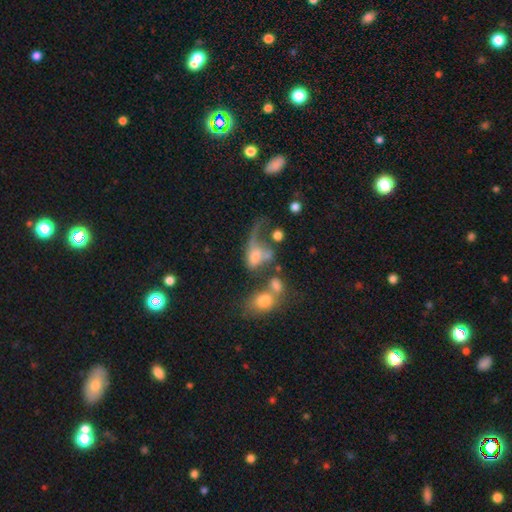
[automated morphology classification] This appears to be a smooth galaxy with no disk features (48%). Merging: major disturbance (43%).